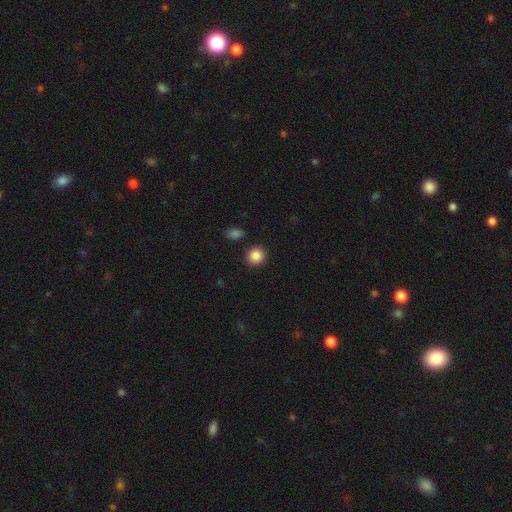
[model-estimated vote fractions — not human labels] Smooth or featured? smooth (87%)
How rounded? round (88%)
Merging? none (88%)